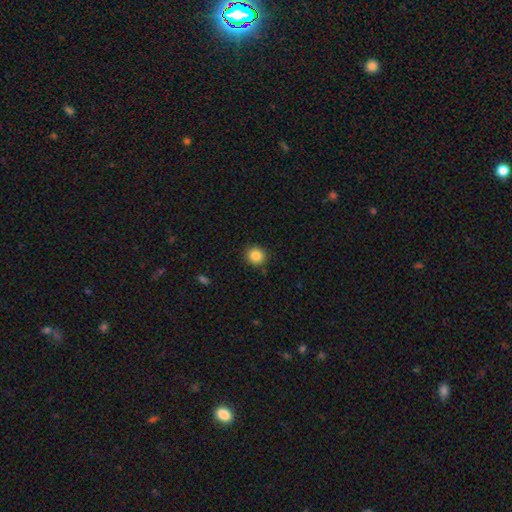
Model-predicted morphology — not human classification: Smooth or featured: smooth — 86% (star or artifact — 10%)
How rounded: round — 90% (in between — 9%)
Merging: none — 90% (minor disturbance — 7%)